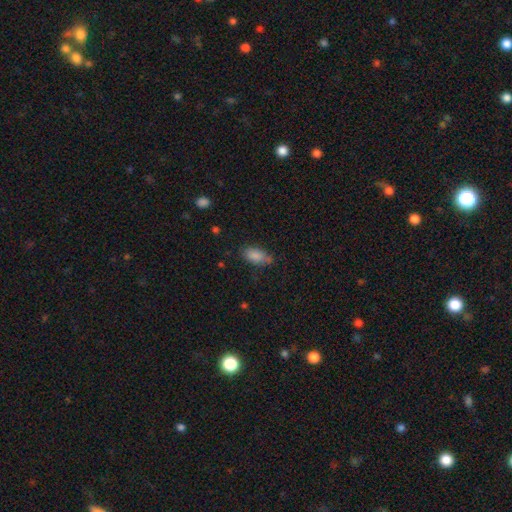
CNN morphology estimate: type=smooth (85%); roundness=in between (89%); merging=none (65%).